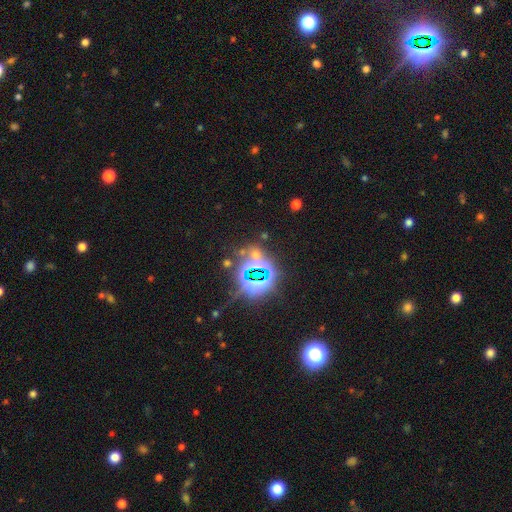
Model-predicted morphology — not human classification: type=star or artifact (75%).